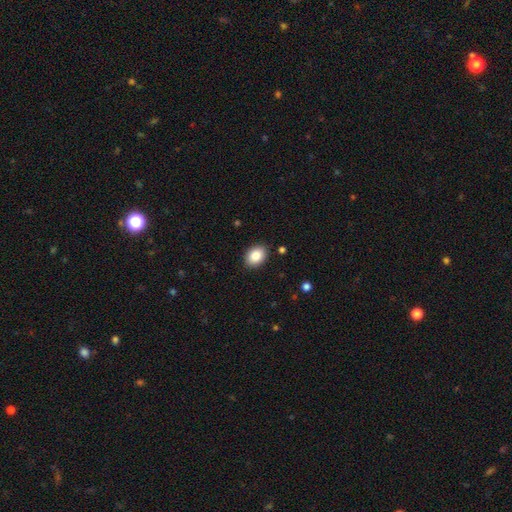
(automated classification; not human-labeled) A smooth galaxy with no disk features (87%) that is in between round and cigar-shaped (73%).

Vote fractions:
- Smooth or featured? smooth: 87% / star or artifact: 8% / featured or disk: 6%
- How rounded? in between: 73% / round: 26% / cigar-shaped: 1%
- Merging? none: 89% / minor disturbance: 8% / major disturbance: 2% / merger: 1%